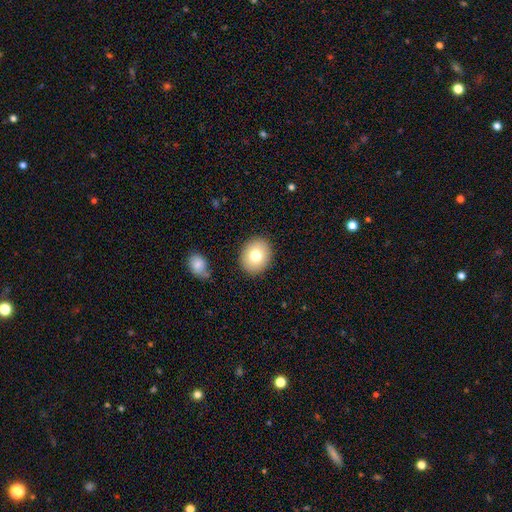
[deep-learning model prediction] smooth_or_featured: smooth (p=0.77) [alt: featured or disk p=0.14]
how_rounded: round (p=0.73) [alt: in between p=0.26]
merging: none (p=0.88) [alt: minor disturbance p=0.08]